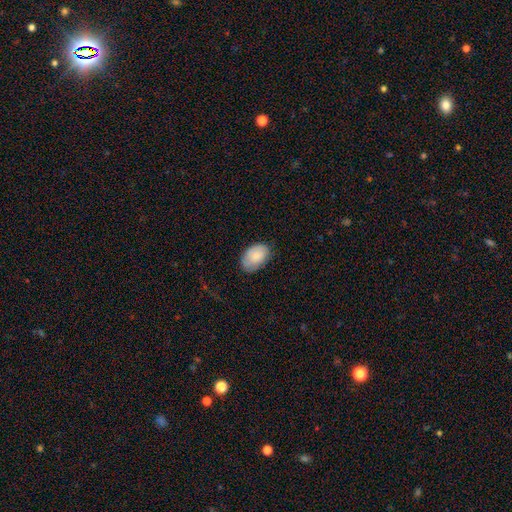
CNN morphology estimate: The model was most divided on "merging": none: 72%, minor disturbance: 22%, major disturbance: 5%, merger: 1%. More confident: how rounded — in between (90%); smooth or featured — smooth (78%).